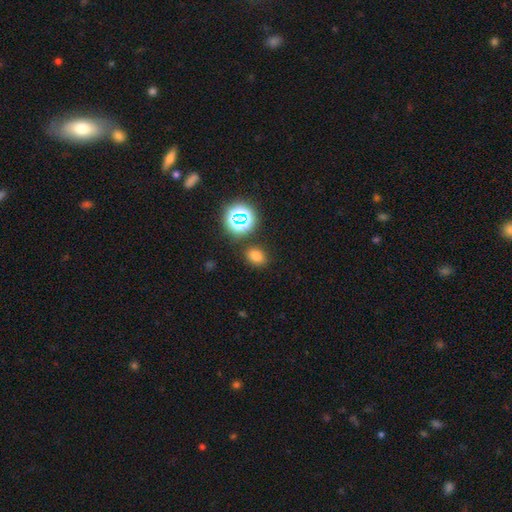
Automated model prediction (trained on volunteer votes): Overall: smooth (72%). How rounded: in between (59%; round 40%). Merging: none (83%).